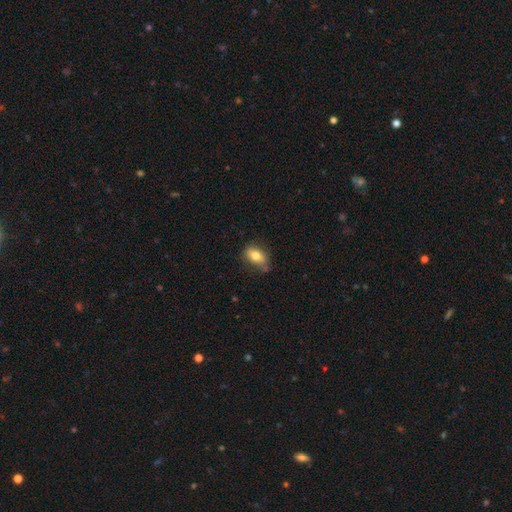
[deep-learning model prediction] Overall: smooth (77%). How rounded: in between (84%). Merging: none (62%; minor disturbance 28%).